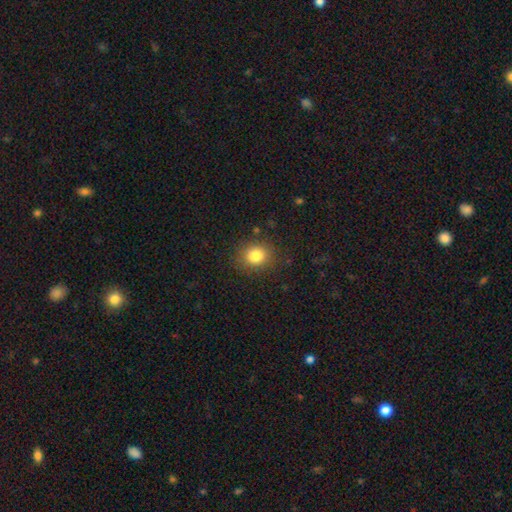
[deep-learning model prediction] A smooth galaxy with no disk features (83%) that is round (71%). Merging: none (85%).